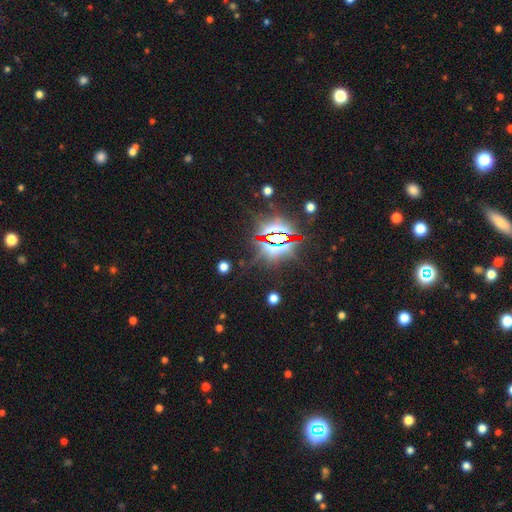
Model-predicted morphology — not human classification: Q: Smooth or featured?
A: star or artifact (84%); runner-up: smooth (9%)